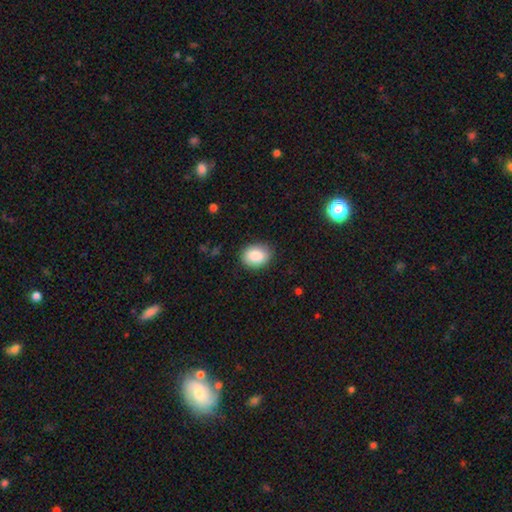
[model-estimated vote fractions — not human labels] Smooth or featured: smooth — 87% (star or artifact — 7%)
How rounded: in between — 62% (round — 37%)
Merging: none — 85% (minor disturbance — 11%)